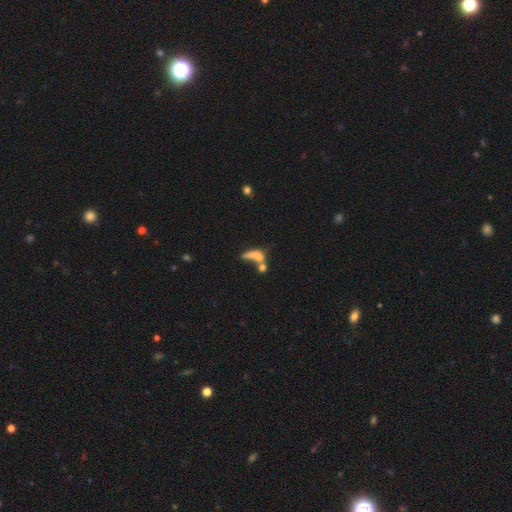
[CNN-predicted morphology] Overall: smooth (60%; featured or disk 27%). How rounded: in between (50%; cigar-shaped 40%). Merging: merger (45%; major disturbance 22%).